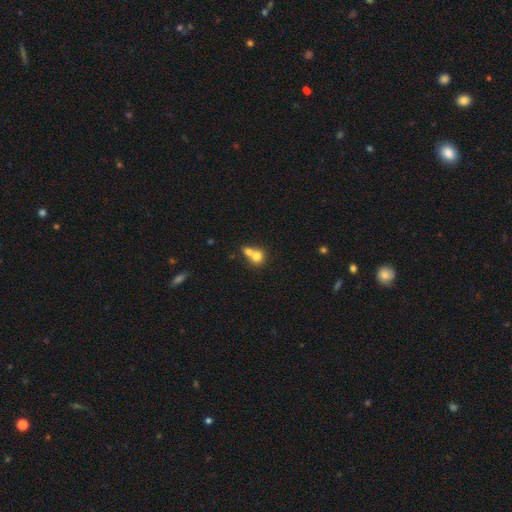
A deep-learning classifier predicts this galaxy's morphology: smooth-or-featured: smooth: 73% | featured or disk: 17% | star or artifact: 11%
  how-rounded: round: 73% | in between: 25% | cigar-shaped: 1%
  merging: merger: 64% | none: 27% | minor disturbance: 6% | major disturbance: 3%